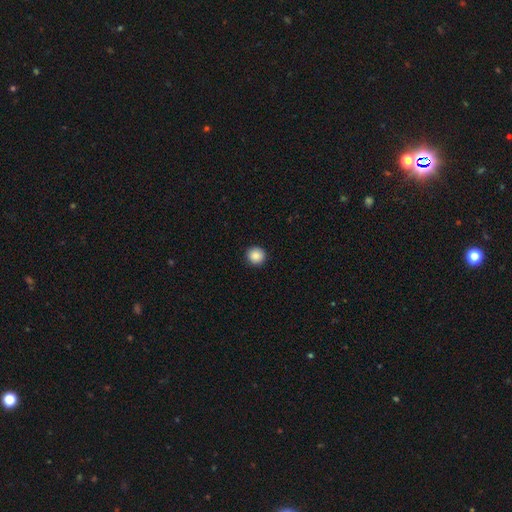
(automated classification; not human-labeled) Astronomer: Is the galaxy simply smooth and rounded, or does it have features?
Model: smooth — 88%.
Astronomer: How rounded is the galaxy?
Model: round — 94%.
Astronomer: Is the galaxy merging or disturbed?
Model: none — 93%.